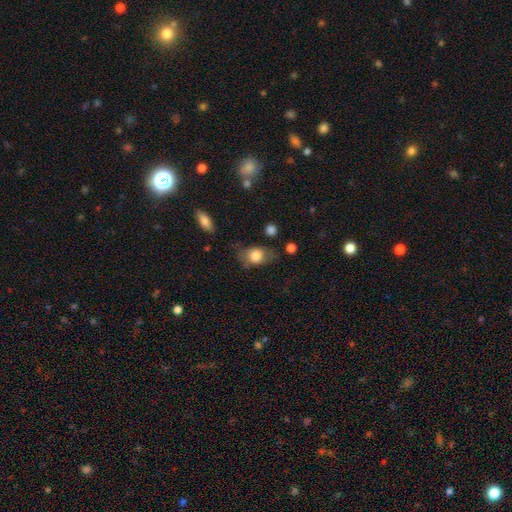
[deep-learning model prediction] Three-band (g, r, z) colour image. It shows a smooth galaxy with no disk features (75%) that is in between round and cigar-shaped (70%). Merging: none (57%).